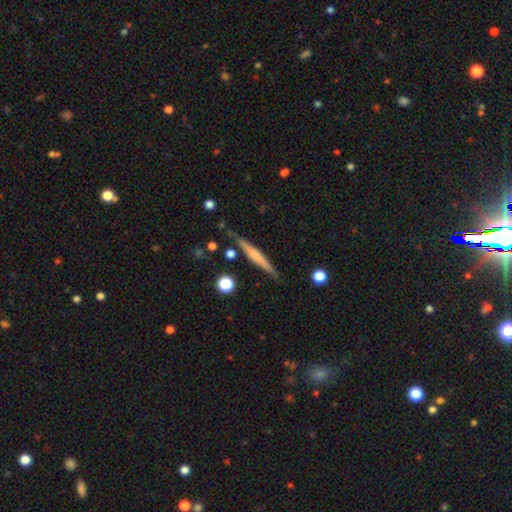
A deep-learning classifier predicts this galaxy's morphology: smooth-or-featured: featured or disk: 54% | smooth: 39% | star or artifact: 6%
  disk-edge-on: yes: 97% | no: 3%
    edge-on-bulge: none: 42% | rounded: 41% | boxy: 17%
  merging: none: 84% | minor disturbance: 11% | merger: 3% | major disturbance: 2%